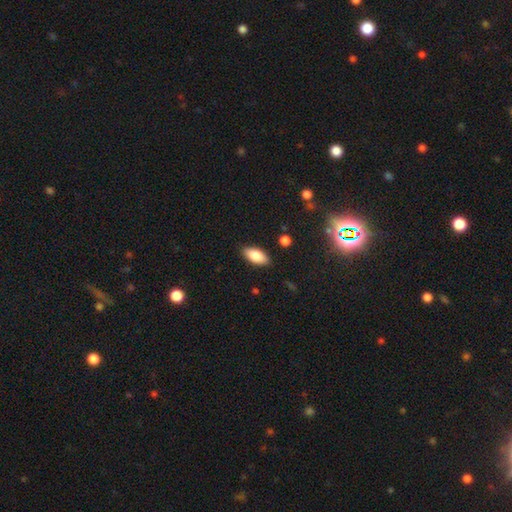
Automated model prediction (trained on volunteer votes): Smooth or featured?
  - smooth: 84% *
  - featured or disk: 9%
  - star or artifact: 7%
How rounded?
  - in between: 89% *
  - cigar-shaped: 9%
  - round: 2%
Merging?
  - none: 87% *
  - minor disturbance: 9%
  - major disturbance: 2%
  - merger: 1%